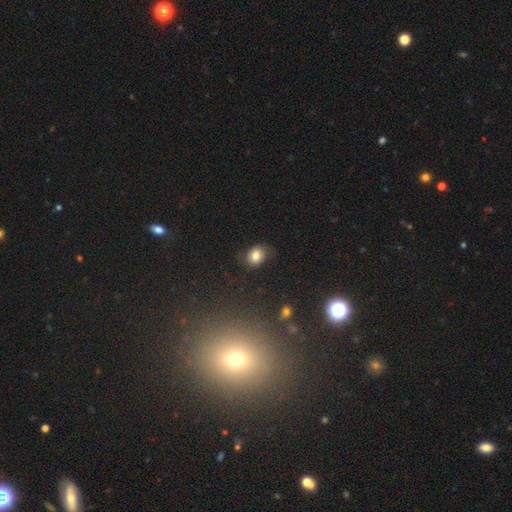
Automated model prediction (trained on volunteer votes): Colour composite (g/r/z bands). It shows a smooth galaxy with no disk features (80%) that is round (53%). Merging: none (78%).